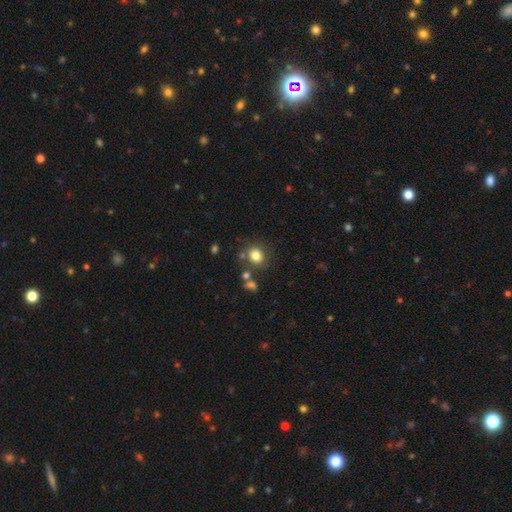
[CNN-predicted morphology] Q: Smooth or featured?
A: smooth (81%); runner-up: star or artifact (12%)
Q: How rounded?
A: round (76%); runner-up: in between (24%)
Q: Merging?
A: none (74%); runner-up: minor disturbance (12%)